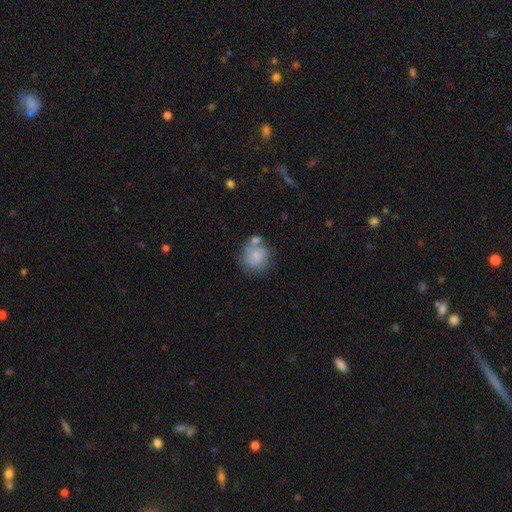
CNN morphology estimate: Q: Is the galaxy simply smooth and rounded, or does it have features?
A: smooth — 49%.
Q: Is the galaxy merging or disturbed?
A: none — 48%.